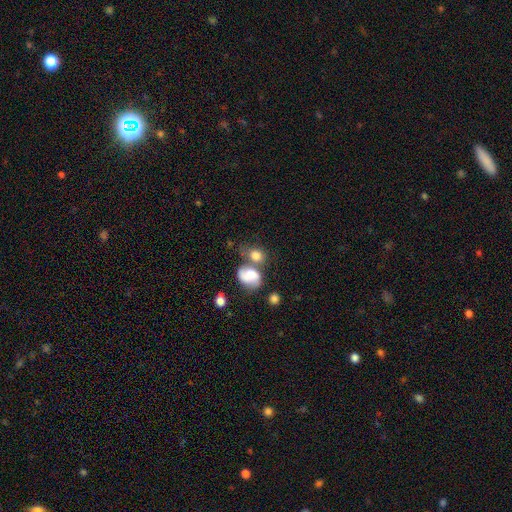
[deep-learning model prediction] This appears to be a smooth galaxy with no disk features (67%) that is in between round and cigar-shaped (50%). Merging: merger (38%).